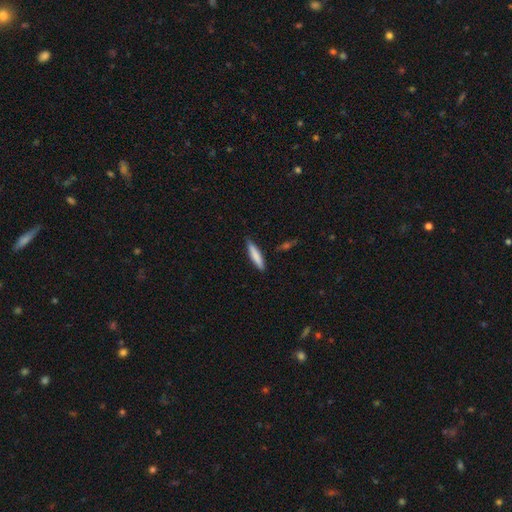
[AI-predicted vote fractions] The model was most divided on "smooth or featured": smooth: 80%, featured or disk: 15%, star or artifact: 6%. More confident: how rounded — cigar-shaped (85%); merging — none (84%).